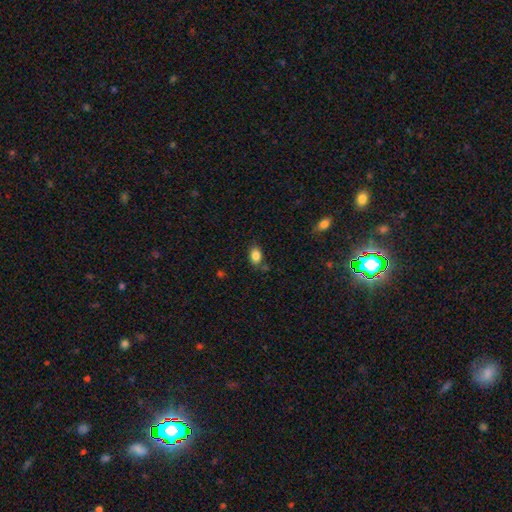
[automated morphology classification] The model was most divided on "merging": none: 75%, minor disturbance: 16%, merger: 5%, major disturbance: 4%. More confident: smooth or featured — smooth (85%); how rounded — in between (79%).